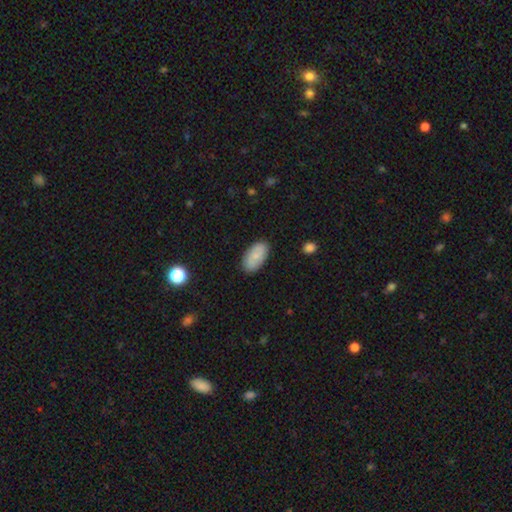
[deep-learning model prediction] Overall: smooth (77%). How rounded: in between (94%). Merging: none (85%).